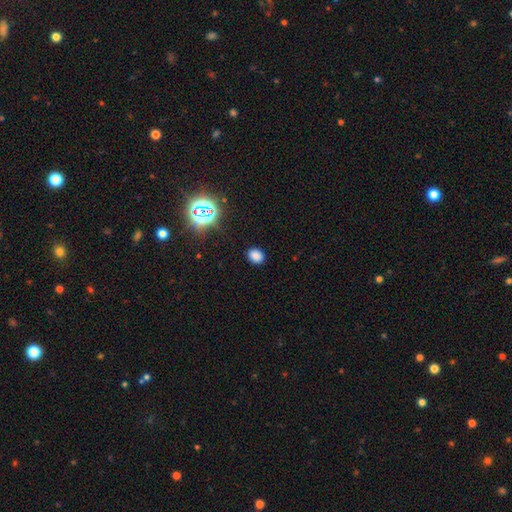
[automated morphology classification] smooth_or_featured: smooth (p=0.79) [alt: star or artifact p=0.16]
how_rounded: in between (p=0.55) [alt: round p=0.44]
merging: none (p=0.89) [alt: minor disturbance p=0.08]